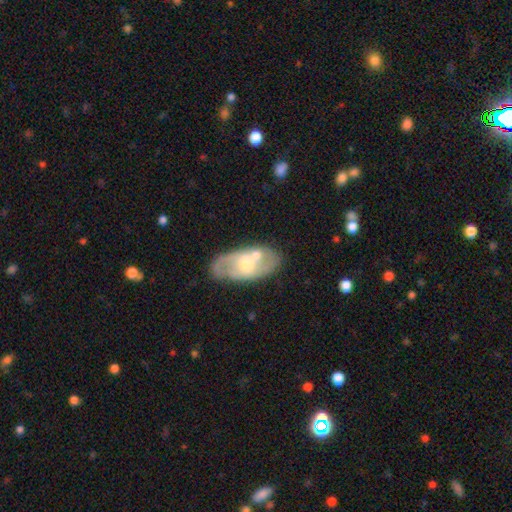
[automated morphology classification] Overall: featured or disk (61%; smooth 33%). Edge-on disk: no (92%). Bar: no (53%; weak 36%). Spiral arms: yes (59%; no 41%). Bulge size: moderate (61%; small 25%). Merging: none (56%; minor disturbance 19%).